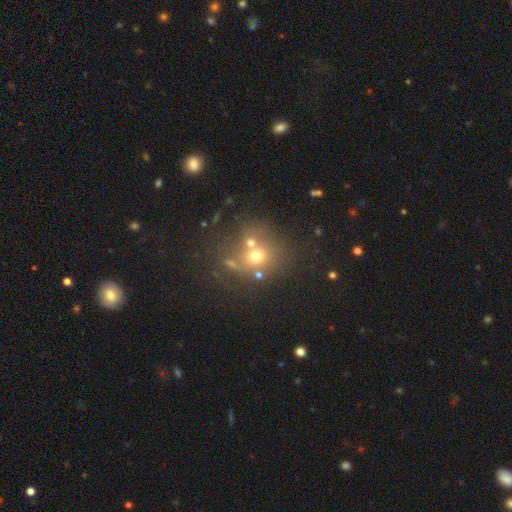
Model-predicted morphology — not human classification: This appears to be a smooth galaxy with no disk features (59%) that is round (76%). Merging: none (49%).